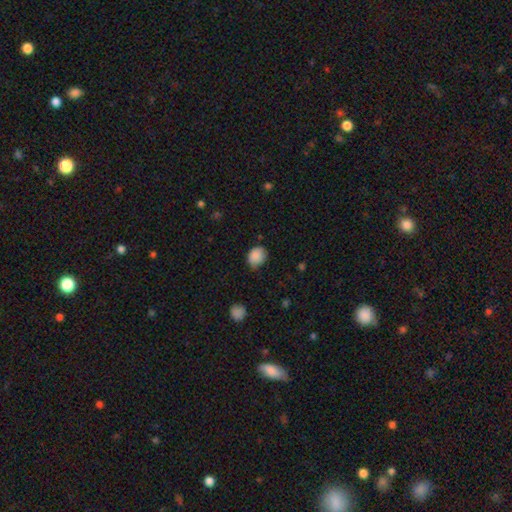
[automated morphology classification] Smooth or featured? smooth (86%)
How rounded? round (55%)
Merging? none (64%)